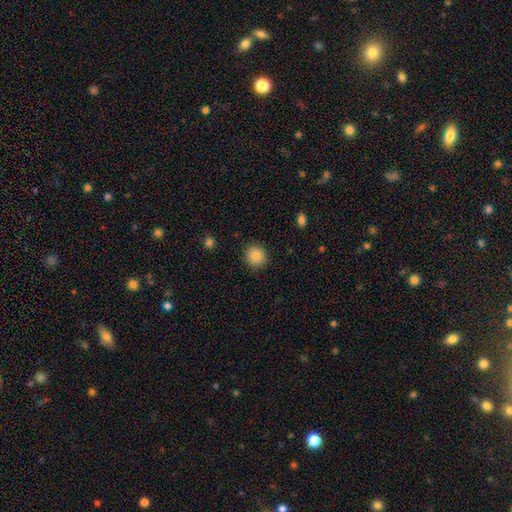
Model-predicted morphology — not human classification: Q: Smooth or featured?
A: smooth (87%); runner-up: star or artifact (9%)
Q: How rounded?
A: round (91%); runner-up: in between (8%)
Q: Merging?
A: none (90%); runner-up: minor disturbance (6%)